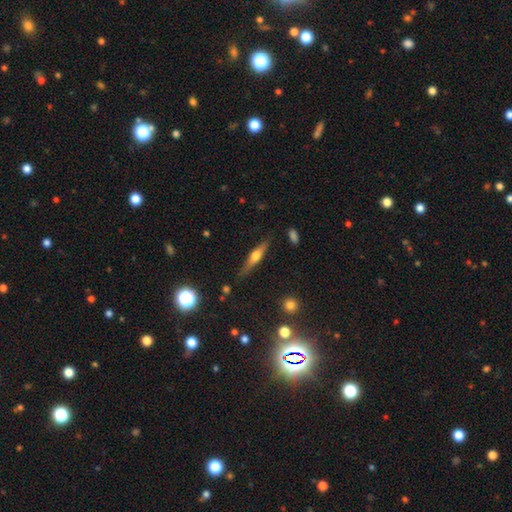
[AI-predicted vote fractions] smooth-or-featured: featured or disk: 51% | smooth: 42% | star or artifact: 7%
  disk-edge-on: yes: 92% | no: 8%
  merging: none: 80% | minor disturbance: 15% | major disturbance: 3% | merger: 2%